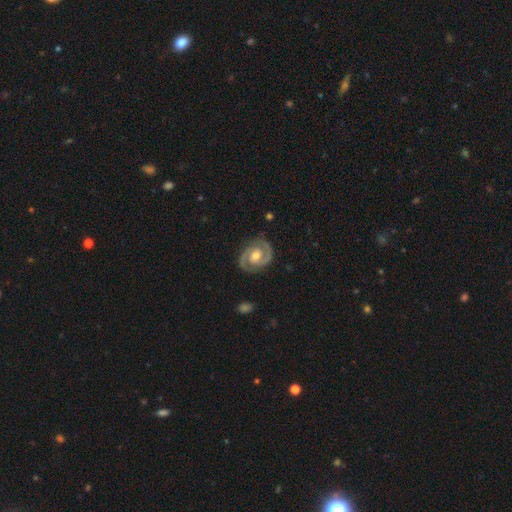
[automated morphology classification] smooth_or_featured: featured or disk (p=0.91) [alt: smooth p=0.05]
disk_edge_on: no (p=0.98) [alt: yes p=0.02]
bar: no (p=0.50) [alt: weak p=0.39]
has_spiral_arms: yes (p=0.97) [alt: no p=0.03]
spiral_winding: medium (p=0.47) [alt: tight p=0.46]
spiral_arm_count: 2 (p=0.94) [alt: can't tell p=0.02]
bulge_size: moderate (p=0.71) [alt: small p=0.21]
merging: none (p=0.85) [alt: minor disturbance p=0.11]